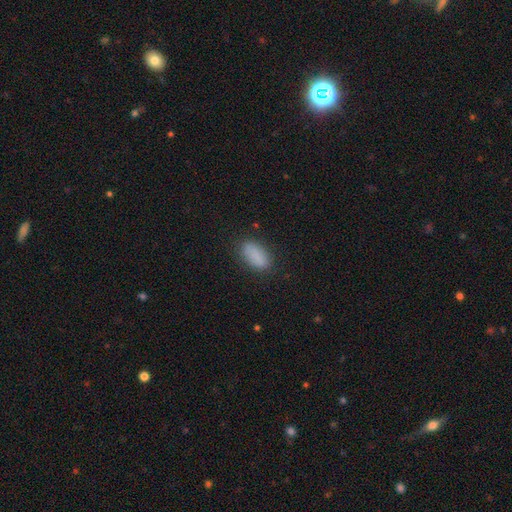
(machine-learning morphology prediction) A smooth galaxy with no disk features (86%) that is in between round and cigar-shaped (89%). Merging: none (82%).